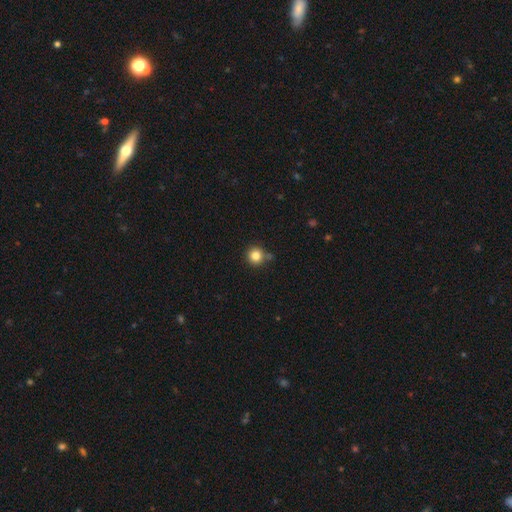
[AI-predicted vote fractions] Smooth or featured: smooth — 83% (star or artifact — 11%)
How rounded: round — 94% (in between — 5%)
Merging: none — 79% (minor disturbance — 11%)